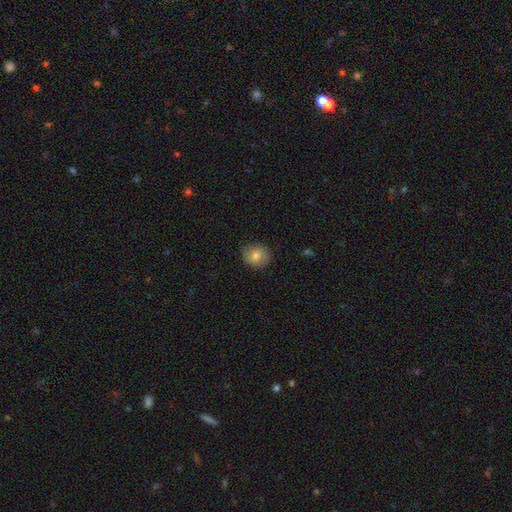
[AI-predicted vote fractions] This appears to be a smooth galaxy with no disk features (77%) that is round (74%). Merging: none (84%).